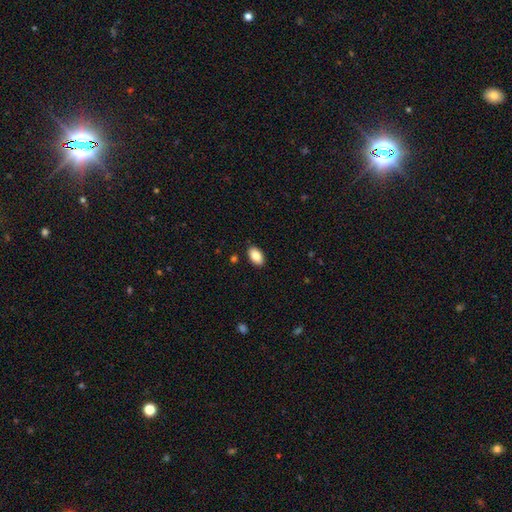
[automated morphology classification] A smooth galaxy with no disk features (86%) that is in between round and cigar-shaped (94%). Merging: none (89%).